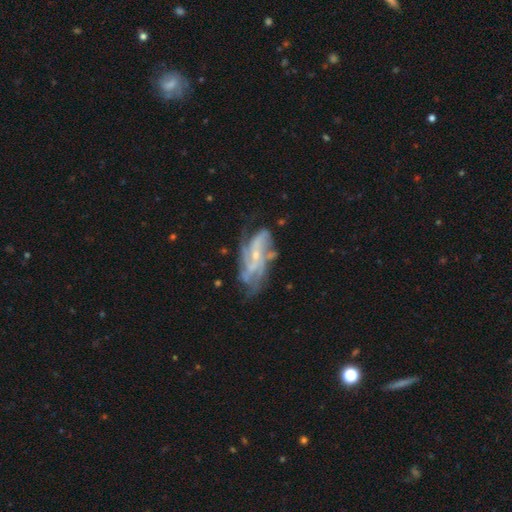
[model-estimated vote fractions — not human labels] Q: Smooth or featured?
A: featured or disk (84%); runner-up: smooth (9%)
Q: Edge-on disk?
A: no (94%); runner-up: yes (6%)
Q: Bar?
A: no (57%); runner-up: weak (32%)
Q: Spiral arms?
A: yes (91%); runner-up: no (9%)
Q: Spiral winding?
A: medium (42%); runner-up: tight (37%)
Q: Spiral arm count?
A: can't tell (28%); runner-up: 3 (24%)
Q: Bulge size?
A: small (75%); runner-up: moderate (19%)
Q: Merging?
A: none (57%); runner-up: minor disturbance (23%)